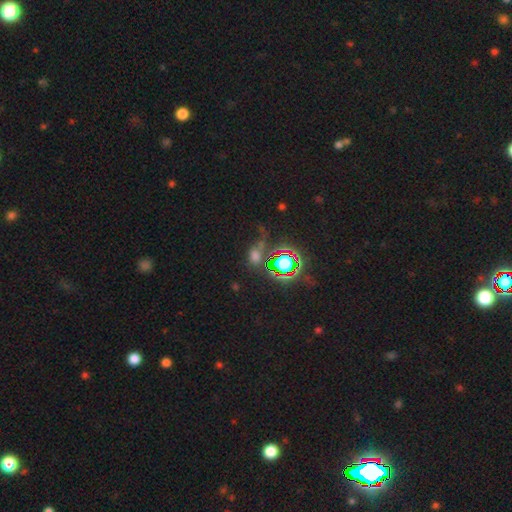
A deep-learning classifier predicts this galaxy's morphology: A star or artifact, not a galaxy (45%).